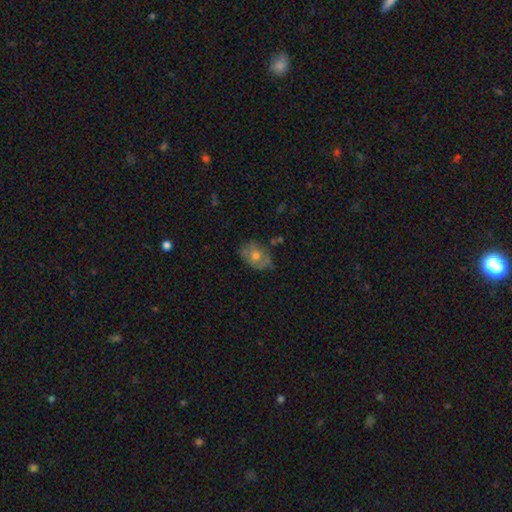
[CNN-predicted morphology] This appears to be a smooth galaxy with no disk features (53%) that is in between round and cigar-shaped (74%). Merging: none (71%).